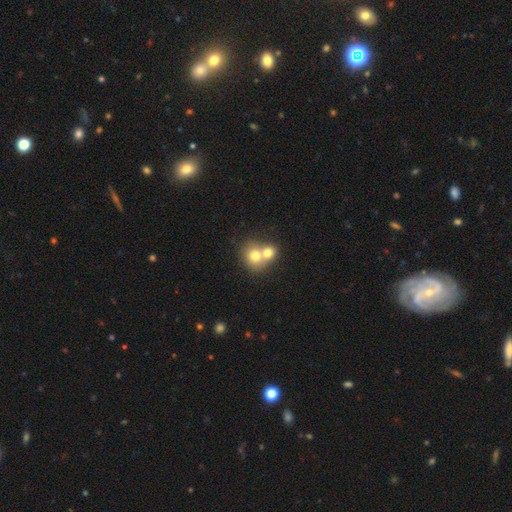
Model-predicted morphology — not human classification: This appears to be a smooth galaxy with no disk features (71%) that is round (74%). Merging: merger (68%).